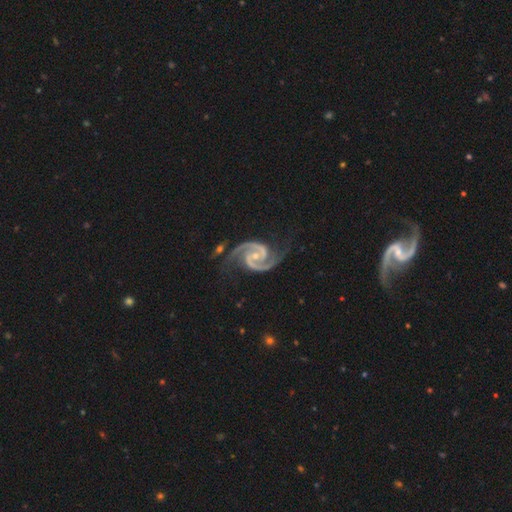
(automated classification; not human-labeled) featured or disk 95%, star or artifact 3%, smooth 2%. Down the decision tree: edge-on disk — no (98%); bar — no (50%); spiral arms — yes (99%); spiral arm count — 2 (94%); spiral winding — medium (63%); bulge size — small (64%); merging — none (67%).